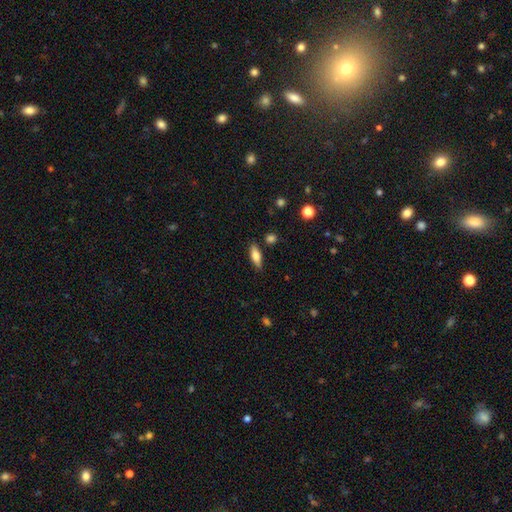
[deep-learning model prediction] This is likely a smooth galaxy (73%). How rounded: likely in between (64%). Merging: clearly none (83%).